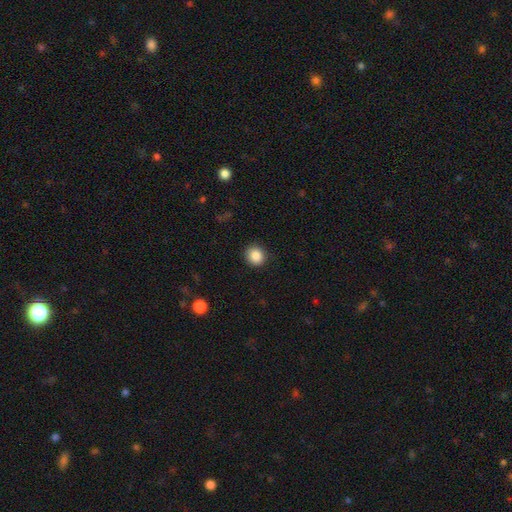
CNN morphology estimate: This is clearly a smooth galaxy (87%). How rounded: clearly round (87%). Merging: clearly none (91%).